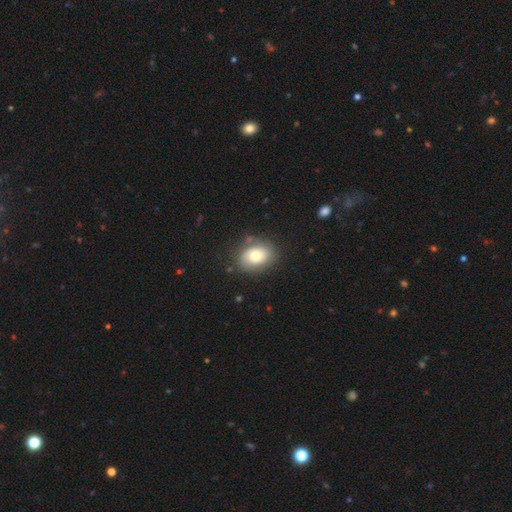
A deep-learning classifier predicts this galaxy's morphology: smooth-or-featured: smooth: 63% | featured or disk: 28% | star or artifact: 8%
  how-rounded: in between: 67% | round: 32% | cigar-shaped: 1%
  merging: none: 75% | minor disturbance: 17% | major disturbance: 6% | merger: 3%